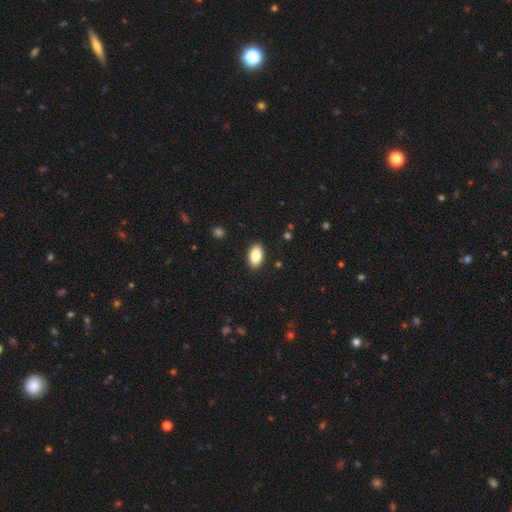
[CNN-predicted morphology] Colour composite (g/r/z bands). It shows a smooth galaxy with no disk features (84%) that is in between round and cigar-shaped (94%). Merging: none (89%).